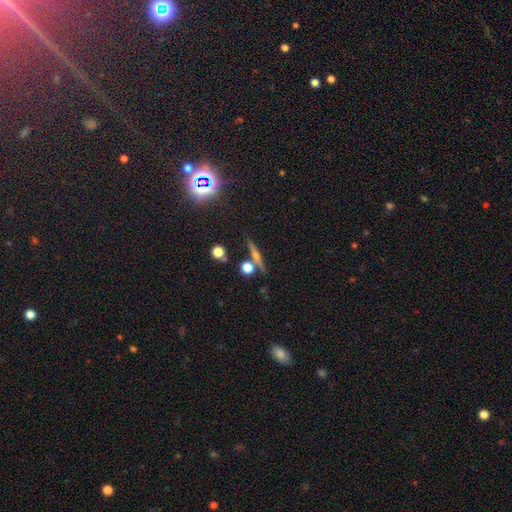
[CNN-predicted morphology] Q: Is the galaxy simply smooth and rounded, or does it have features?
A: featured or disk — 50%.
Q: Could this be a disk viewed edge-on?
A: yes — 93%.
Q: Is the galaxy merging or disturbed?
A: none — 79%.